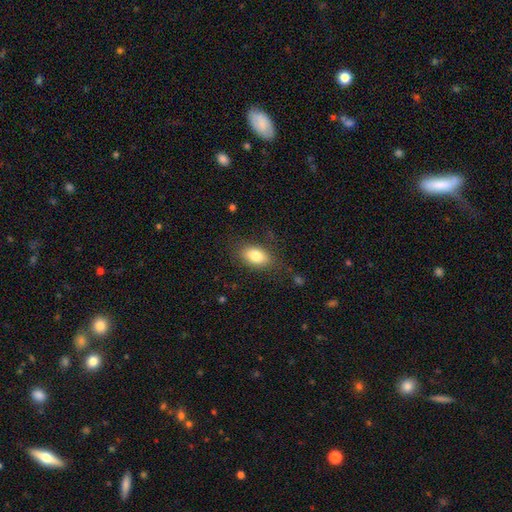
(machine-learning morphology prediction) A smooth galaxy with no disk features (81%) that is in between round and cigar-shaped (90%).

Vote fractions:
- Smooth or featured? smooth: 81% / featured or disk: 11% / star or artifact: 7%
- How rounded? in between: 90% / round: 7% / cigar-shaped: 3%
- Merging? none: 77% / minor disturbance: 15% / major disturbance: 6% / merger: 1%